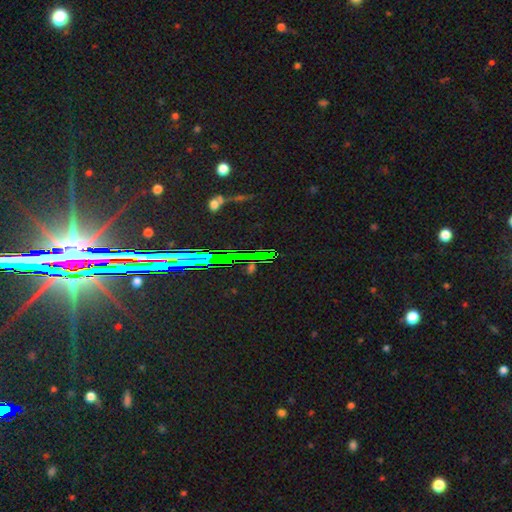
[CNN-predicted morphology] type=star or artifact (64%).